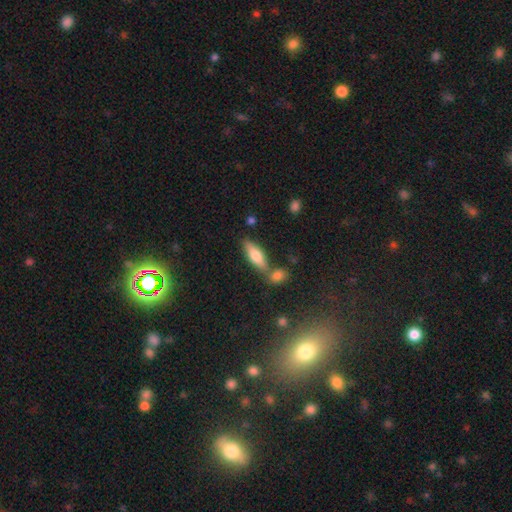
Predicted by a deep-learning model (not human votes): Smooth or featured? smooth (67%)
How rounded? in between (54%)
Merging? none (62%)